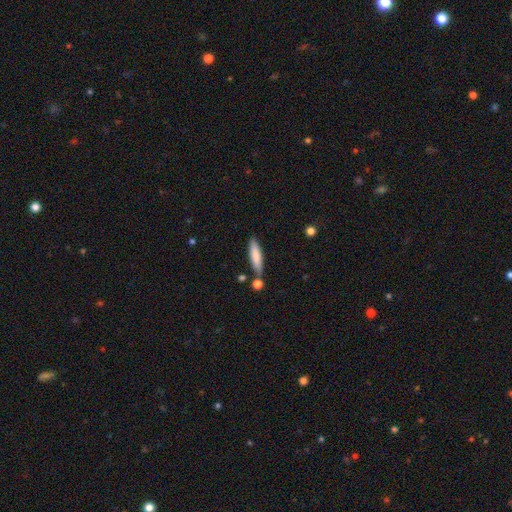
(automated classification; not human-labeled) A smooth galaxy with no disk features (80%) that is cigar-shaped (77%).

Vote fractions:
- Smooth or featured? smooth: 80% / featured or disk: 15% / star or artifact: 6%
- How rounded? cigar-shaped: 77% / in between: 21% / round: 2%
- Merging? none: 78% / minor disturbance: 12% / merger: 7% / major disturbance: 3%